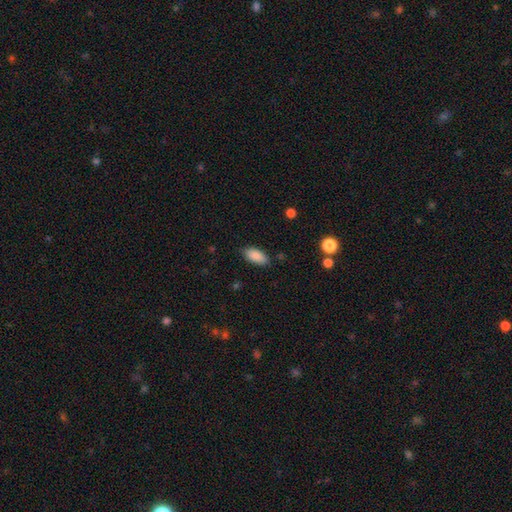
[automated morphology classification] The model was most divided on "merging": none: 85%, minor disturbance: 11%, major disturbance: 3%, merger: 1%. More confident: how rounded — in between (90%); smooth or featured — smooth (89%).